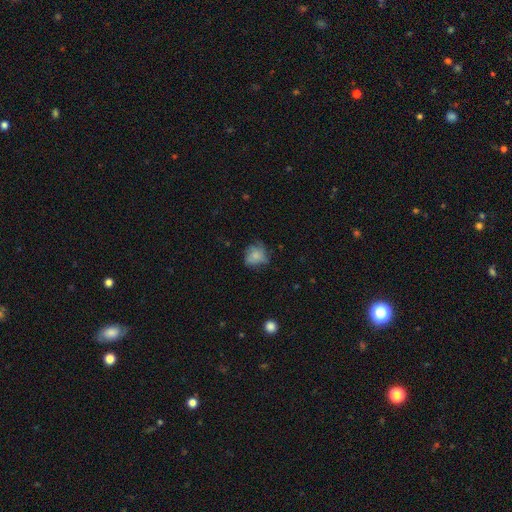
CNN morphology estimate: smooth 68%, featured or disk 21%, star or artifact 11%. Down the decision tree: how rounded — round (69%); merging — none (54%).